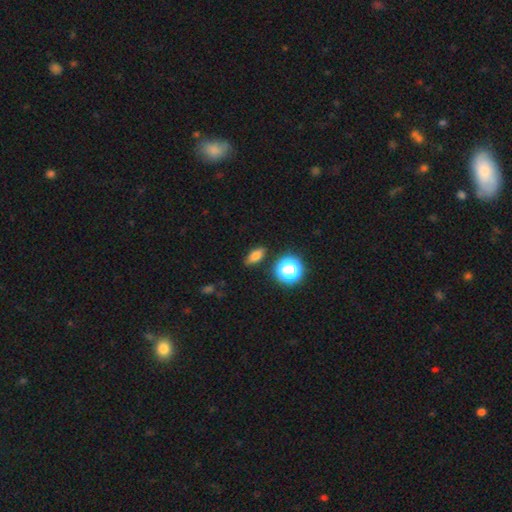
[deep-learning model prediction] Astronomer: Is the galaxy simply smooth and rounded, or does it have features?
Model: smooth — 72%.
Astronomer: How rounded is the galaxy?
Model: in between — 66%.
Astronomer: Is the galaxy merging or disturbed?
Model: none — 86%.